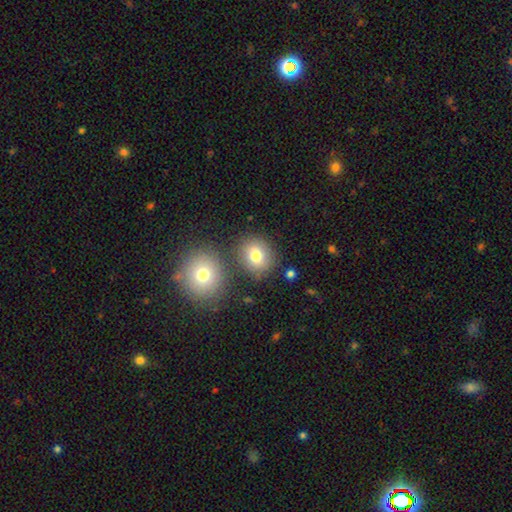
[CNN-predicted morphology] The model was most divided on "how rounded": round: 75%, in between: 24%, cigar-shaped: 1%. More confident: smooth or featured — smooth (78%); merging — none (76%).